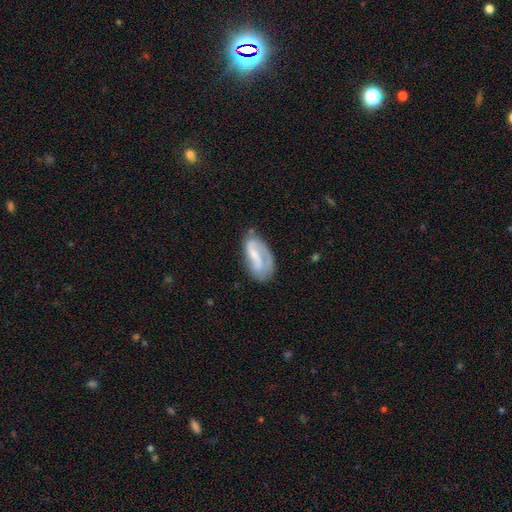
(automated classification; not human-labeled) Morphology: type=featured or disk (64%); edge-on=no (95%); bar=weak (40%); spiral arms=yes (82%); bulge=small (45%); merging=none (57%).